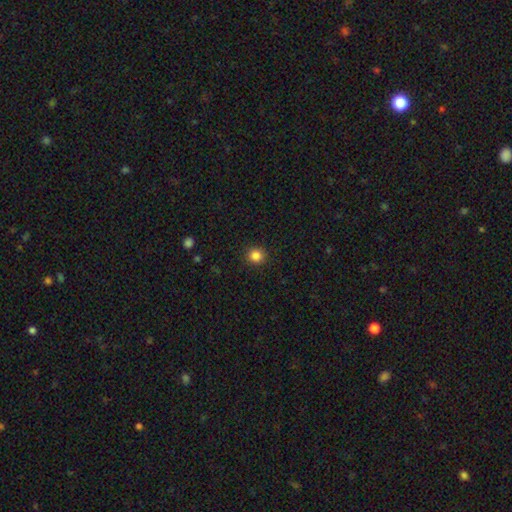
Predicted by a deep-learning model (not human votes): A smooth galaxy with no disk features (84%) that is round (92%).

Vote fractions:
- Smooth or featured? smooth: 84% / star or artifact: 12% / featured or disk: 4%
- How rounded? round: 92% / in between: 7% / cigar-shaped: 1%
- Merging? none: 92% / minor disturbance: 5% / major disturbance: 2% / merger: 1%